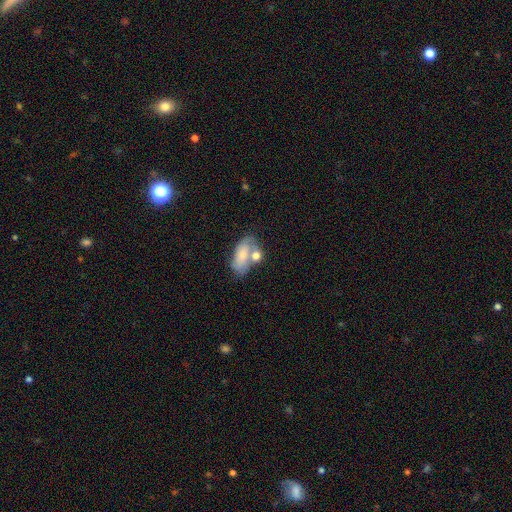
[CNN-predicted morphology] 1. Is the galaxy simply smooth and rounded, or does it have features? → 64% smooth, 27% featured or disk, 9% star or artifact.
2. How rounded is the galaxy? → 86% in between, 7% round, 6% cigar-shaped.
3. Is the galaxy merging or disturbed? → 41% none, 32% merger, 19% minor disturbance, 8% major disturbance.